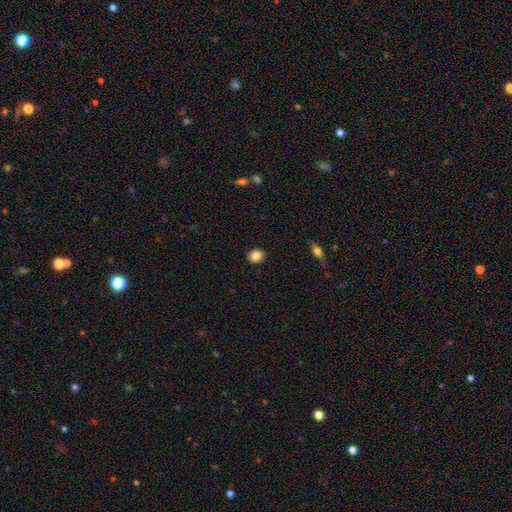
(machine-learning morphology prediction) smooth_or_featured: smooth (p=0.86) [alt: star or artifact p=0.09]
how_rounded: round (p=0.62) [alt: in between p=0.37]
merging: none (p=0.89) [alt: minor disturbance p=0.08]